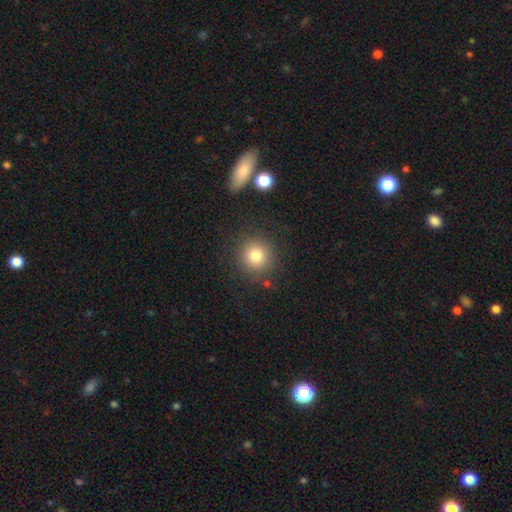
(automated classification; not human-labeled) Q: Smooth or featured?
A: smooth (80%); runner-up: star or artifact (12%)
Q: How rounded?
A: round (93%); runner-up: in between (6%)
Q: Merging?
A: none (86%); runner-up: minor disturbance (8%)